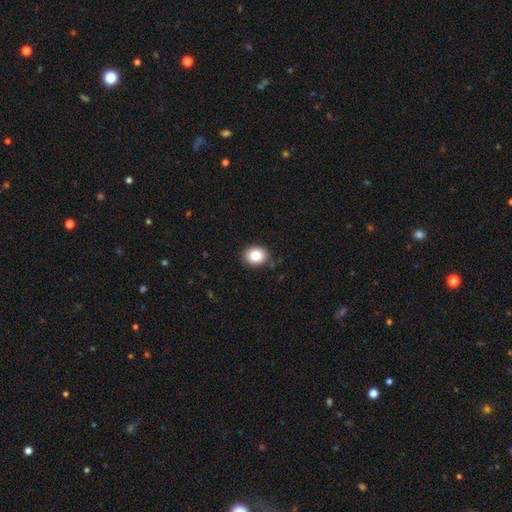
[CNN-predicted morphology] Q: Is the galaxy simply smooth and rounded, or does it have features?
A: smooth — 85%.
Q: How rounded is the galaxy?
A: round — 53%.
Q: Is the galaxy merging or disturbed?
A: none — 88%.